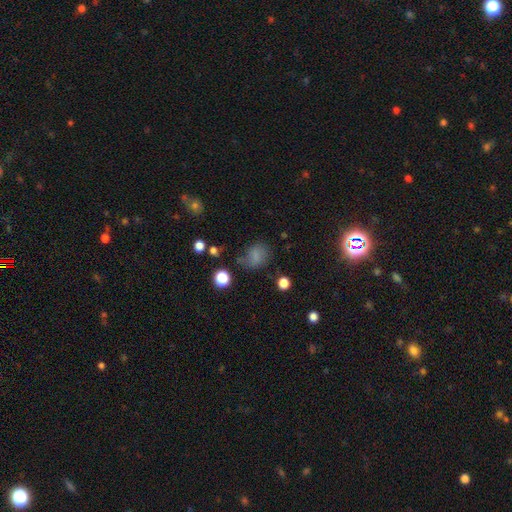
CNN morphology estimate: smooth-or-featured: smooth: 73% | star or artifact: 16% | featured or disk: 11%
  how-rounded: in between: 54% | round: 45% | cigar-shaped: 1%
  merging: none: 57% | minor disturbance: 25% | major disturbance: 14% | merger: 4%